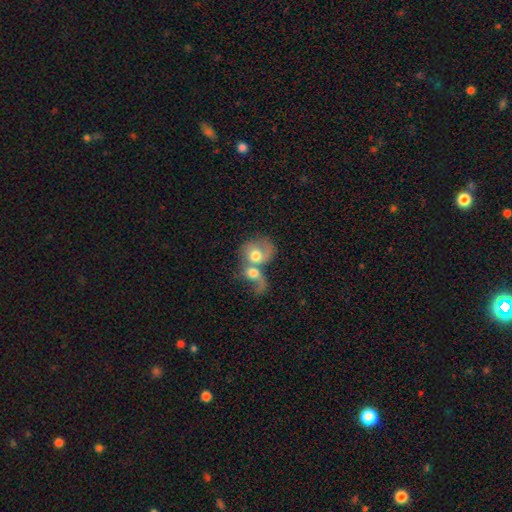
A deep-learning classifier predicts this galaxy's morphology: type=smooth (53%); roundness=round (57%); merging=merger (78%).